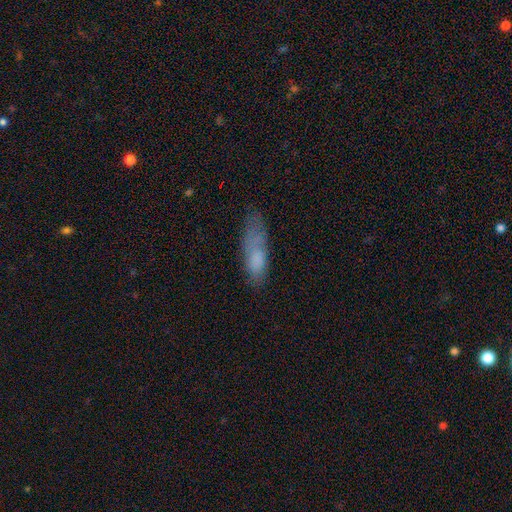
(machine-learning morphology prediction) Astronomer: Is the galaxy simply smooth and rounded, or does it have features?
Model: smooth — 71%.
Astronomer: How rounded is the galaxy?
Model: cigar-shaped — 56% (runner-up: in between, 42%).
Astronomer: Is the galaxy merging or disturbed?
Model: none — 54% (runner-up: minor disturbance, 29%).